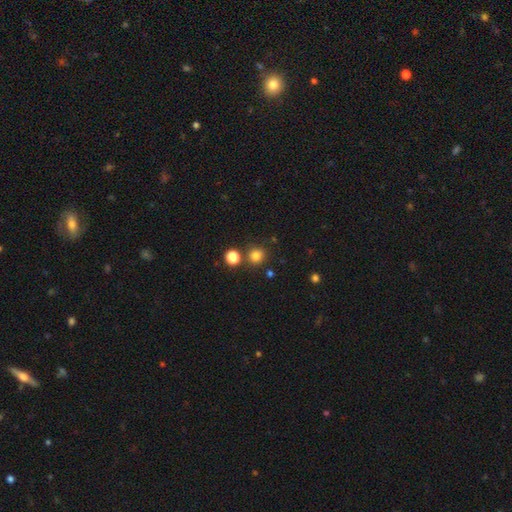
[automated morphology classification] This appears to be a smooth galaxy with no disk features (80%) that is round (90%). Merging: none (80%).